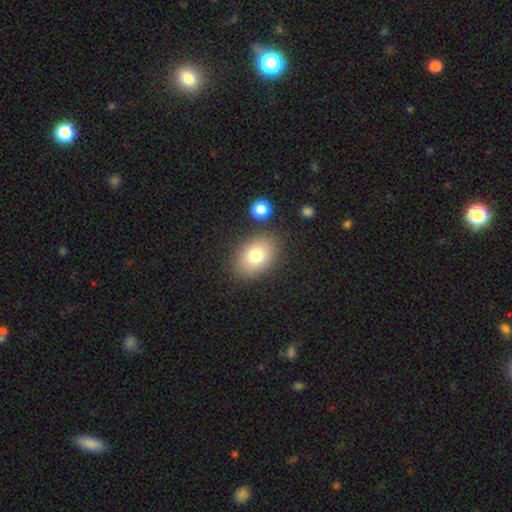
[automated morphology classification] type=smooth (78%); roundness=in between (77%); merging=none (82%).